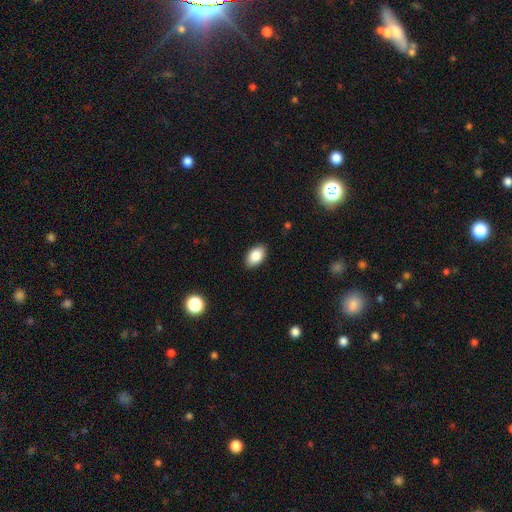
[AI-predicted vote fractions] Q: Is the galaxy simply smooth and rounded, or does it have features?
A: smooth — 85%.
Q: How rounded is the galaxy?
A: in between — 91%.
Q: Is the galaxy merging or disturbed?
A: none — 89%.